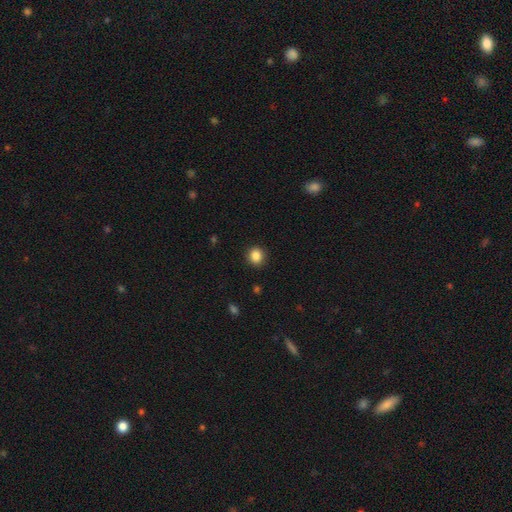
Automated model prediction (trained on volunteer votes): Smooth or featured: smooth — 86% (star or artifact — 10%)
How rounded: round — 81% (in between — 18%)
Merging: none — 90% (minor disturbance — 7%)